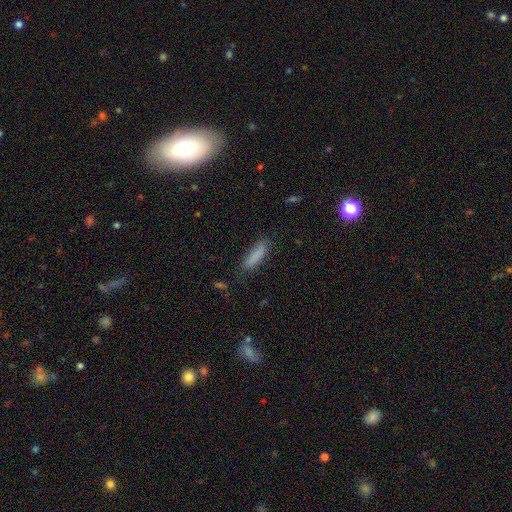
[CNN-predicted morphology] Smooth or featured? smooth (86%)
How rounded? cigar-shaped (73%)
Merging? none (84%)